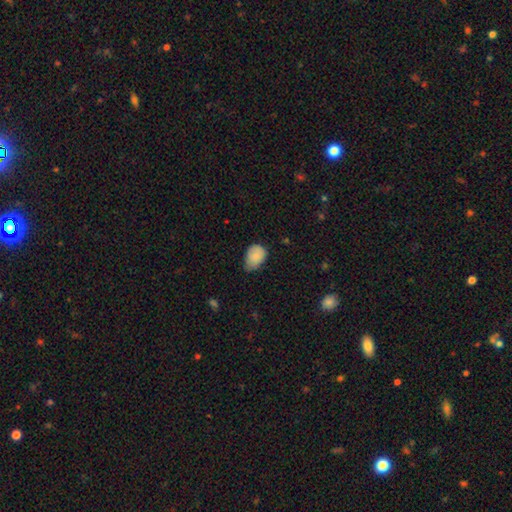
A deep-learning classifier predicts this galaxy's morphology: The model was most divided on "merging": minor disturbance: 51%, none: 37%, major disturbance: 11%, merger: 2%. More confident: smooth or featured — smooth (84%); how rounded — in between (75%).